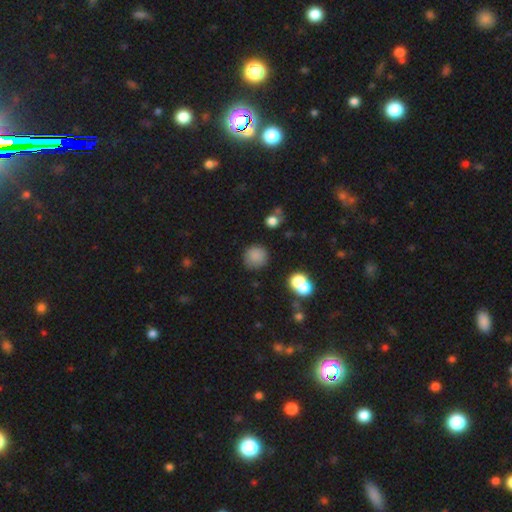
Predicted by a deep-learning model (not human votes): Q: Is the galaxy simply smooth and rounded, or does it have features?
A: smooth — 82%.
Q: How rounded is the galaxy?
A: round — 89%.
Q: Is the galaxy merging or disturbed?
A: none — 81%.